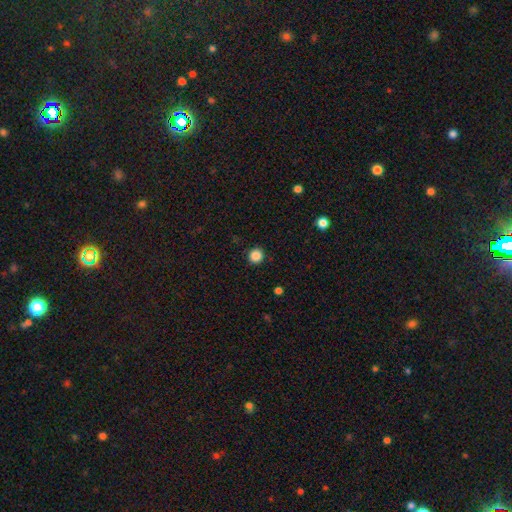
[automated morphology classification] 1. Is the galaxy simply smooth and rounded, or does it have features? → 87% smooth, 11% star or artifact, 3% featured or disk.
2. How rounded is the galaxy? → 95% round, 4% in between, 1% cigar-shaped.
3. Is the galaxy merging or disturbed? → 93% none, 5% minor disturbance, 2% major disturbance, 1% merger.